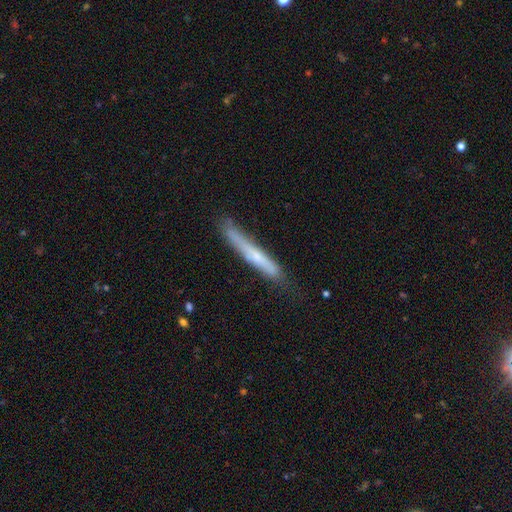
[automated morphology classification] Q: Smooth or featured?
A: smooth (48%); runner-up: featured or disk (45%)
Q: Merging?
A: none (66%); runner-up: minor disturbance (24%)